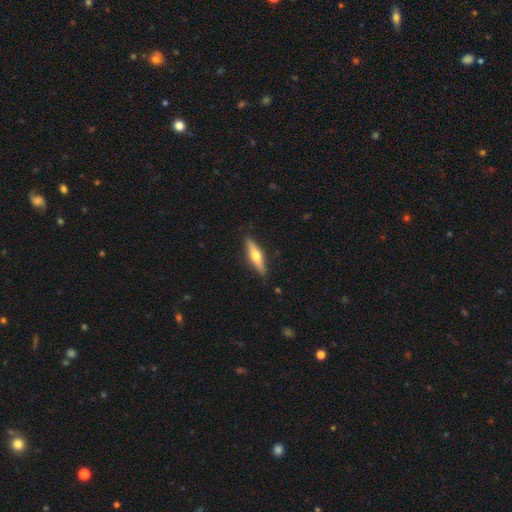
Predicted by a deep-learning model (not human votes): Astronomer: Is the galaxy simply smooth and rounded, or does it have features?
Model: featured or disk — 49% (runner-up: smooth, 46%).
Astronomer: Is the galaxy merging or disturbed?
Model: none — 87%.